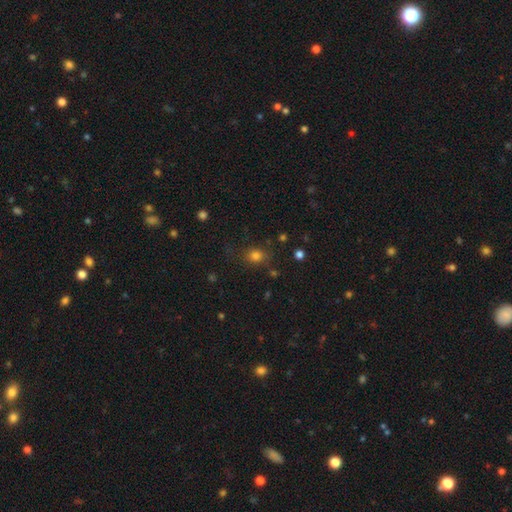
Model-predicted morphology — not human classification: Smooth or featured?
  - smooth: 79% *
  - star or artifact: 15%
  - featured or disk: 7%
How rounded?
  - round: 61% *
  - in between: 38%
  - cigar-shaped: 1%
Merging?
  - none: 76% *
  - minor disturbance: 15%
  - major disturbance: 6%
  - merger: 3%